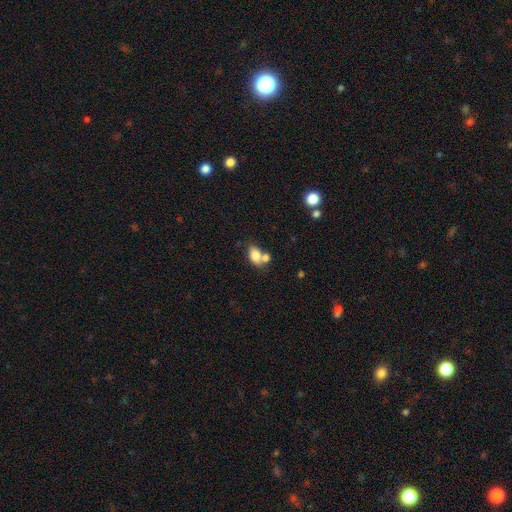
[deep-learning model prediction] This appears to be a smooth galaxy with no disk features (79%) that is in between round and cigar-shaped (86%). Merging: none (43%).